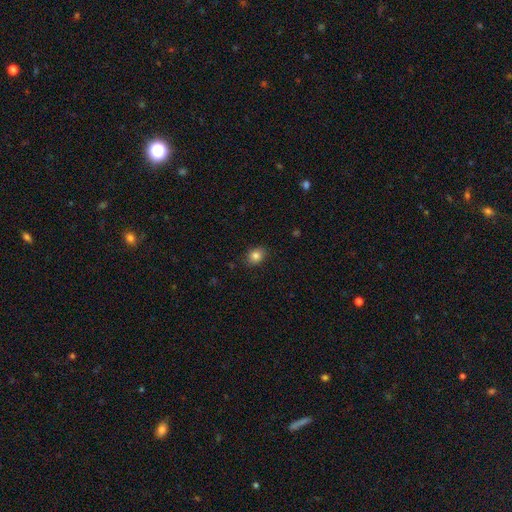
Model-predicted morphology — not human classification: The model was most divided on "how rounded": round: 50%, in between: 49%, cigar-shaped: 1%. More confident: merging — none (87%); smooth or featured — smooth (83%).